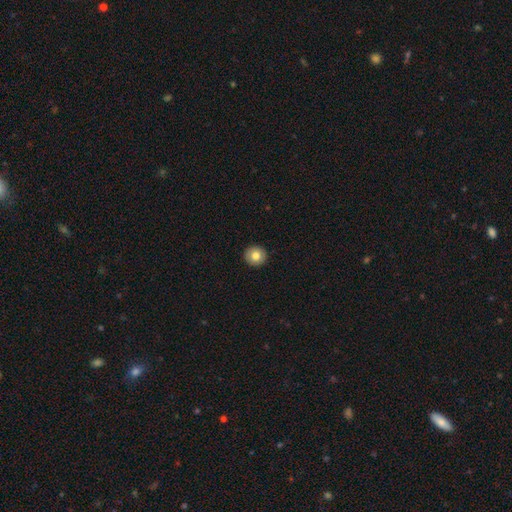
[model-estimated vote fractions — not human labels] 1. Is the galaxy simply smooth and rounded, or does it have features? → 80% smooth, 12% featured or disk, 8% star or artifact.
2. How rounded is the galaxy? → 92% round, 7% in between, 1% cigar-shaped.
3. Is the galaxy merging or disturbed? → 93% none, 5% minor disturbance, 1% major disturbance, 1% merger.